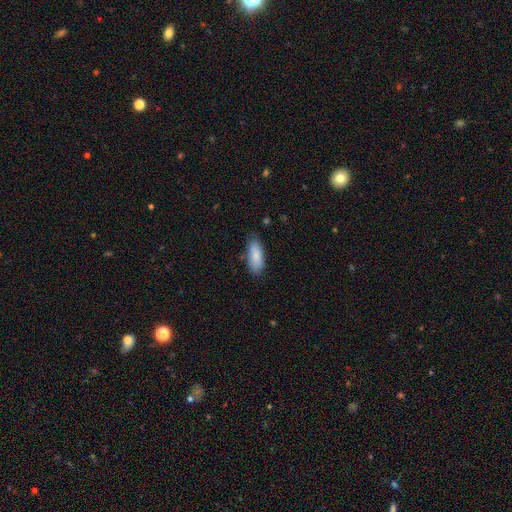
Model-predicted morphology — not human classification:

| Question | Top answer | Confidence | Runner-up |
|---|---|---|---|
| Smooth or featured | smooth | 85% | featured or disk (9%) |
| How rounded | in between | 76% | cigar-shaped (22%) |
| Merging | none | 78% | minor disturbance (17%) |